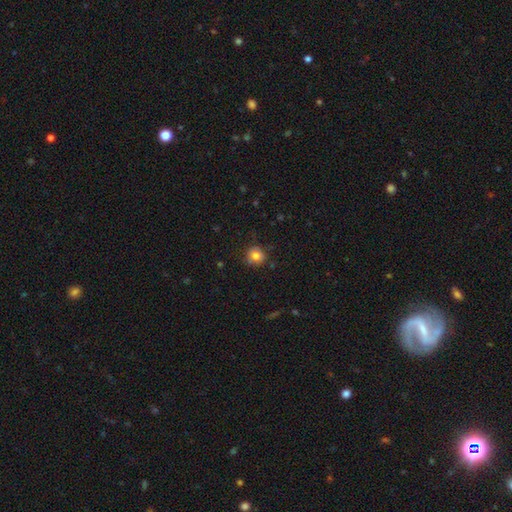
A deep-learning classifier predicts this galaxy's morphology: Smooth or featured: smooth — 77% (featured or disk — 12%)
How rounded: round — 87% (in between — 13%)
Merging: none — 76% (minor disturbance — 18%)